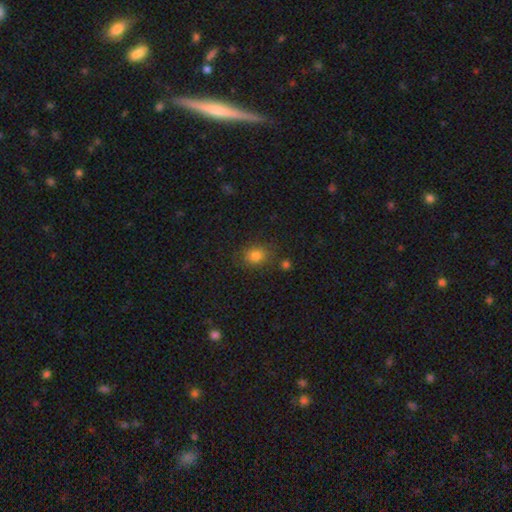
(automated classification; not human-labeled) smooth-or-featured: smooth: 80% | star or artifact: 12% | featured or disk: 7%
  how-rounded: round: 53% | in between: 46% | cigar-shaped: 1%
  merging: none: 76% | minor disturbance: 15% | major disturbance: 5% | merger: 5%